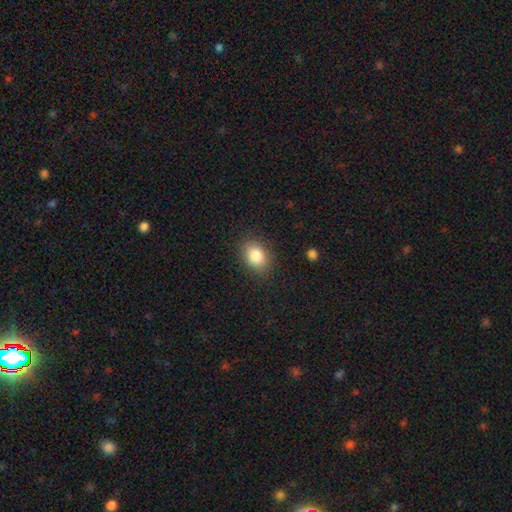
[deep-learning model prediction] The model was most divided on "how rounded": in between: 64%, round: 35%, cigar-shaped: 1%. More confident: merging — none (86%); smooth or featured — smooth (84%).